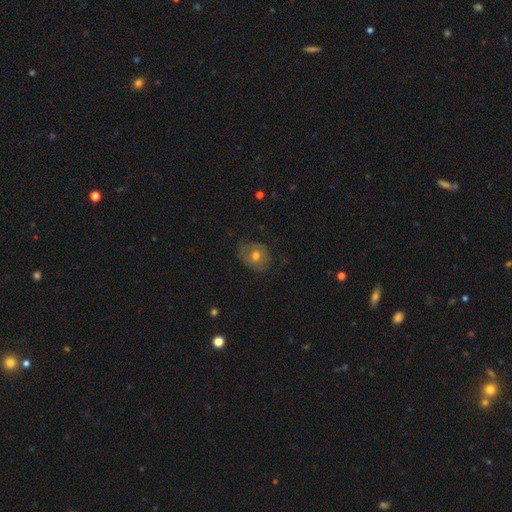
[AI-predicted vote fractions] Smooth or featured? smooth (62%)
How rounded? round (58%)
Merging? none (62%)